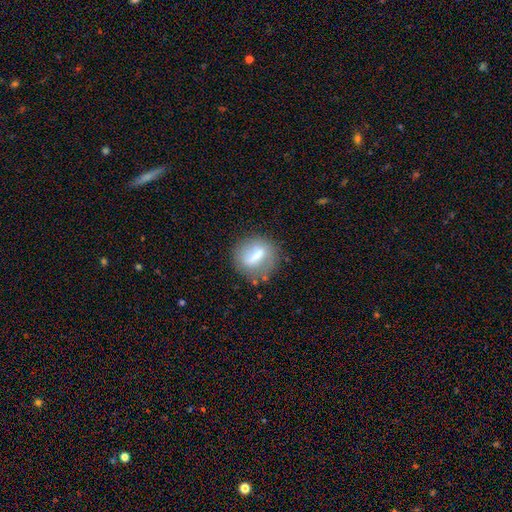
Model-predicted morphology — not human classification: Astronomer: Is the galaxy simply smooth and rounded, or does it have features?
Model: smooth — 55% (runner-up: featured or disk, 37%).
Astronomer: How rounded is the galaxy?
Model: round — 58%.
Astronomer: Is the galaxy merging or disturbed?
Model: none — 68%.